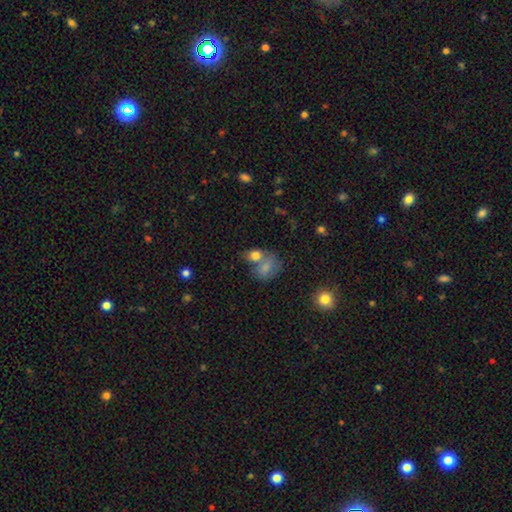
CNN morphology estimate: type=smooth (77%); roundness=in between (62%); merging=merger (49%).